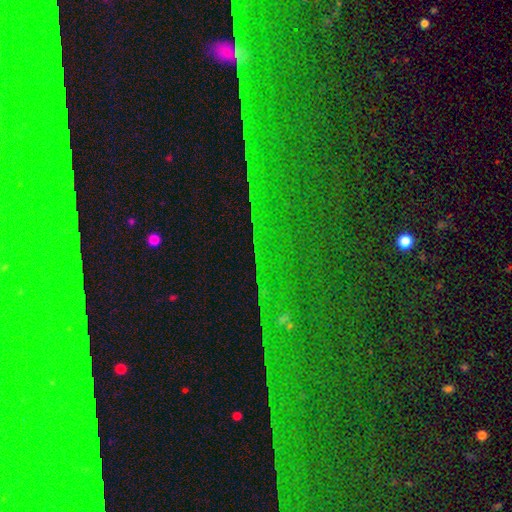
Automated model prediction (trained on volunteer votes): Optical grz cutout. It shows a star or artifact, not a galaxy (83%).